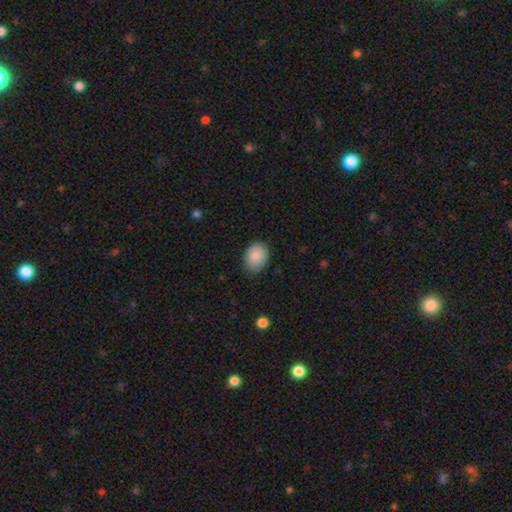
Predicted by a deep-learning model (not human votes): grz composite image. It shows a smooth galaxy with no disk features (86%) that is in between round and cigar-shaped (69%). Merging: none (82%).